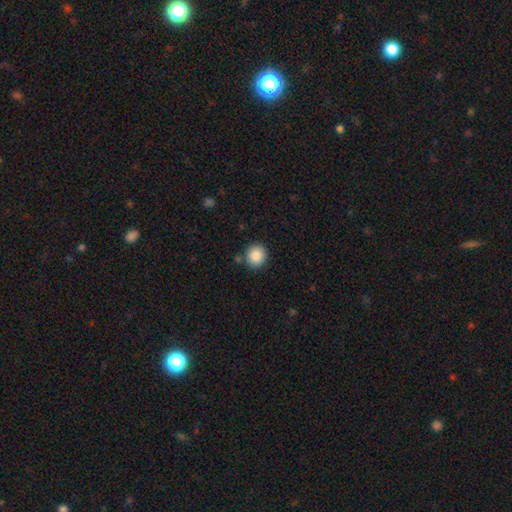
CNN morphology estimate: smooth-or-featured: smooth: 87% | star or artifact: 8% | featured or disk: 5%
  how-rounded: round: 89% | in between: 10% | cigar-shaped: 1%
  merging: none: 85% | minor disturbance: 8% | merger: 4% | major disturbance: 2%